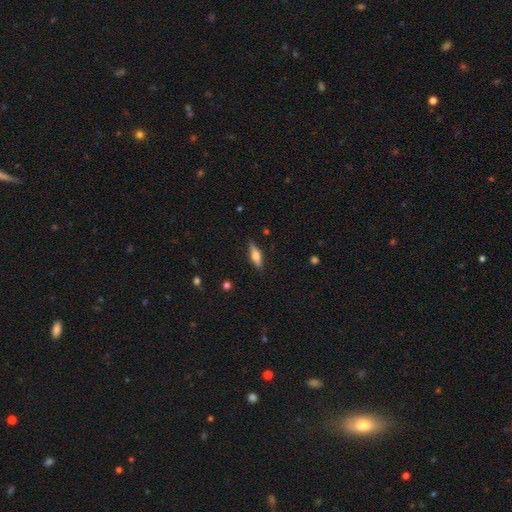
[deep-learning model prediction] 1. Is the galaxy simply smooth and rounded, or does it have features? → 47% featured or disk, 46% smooth, 7% star or artifact.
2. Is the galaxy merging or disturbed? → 85% none, 11% minor disturbance, 2% major disturbance, 1% merger.